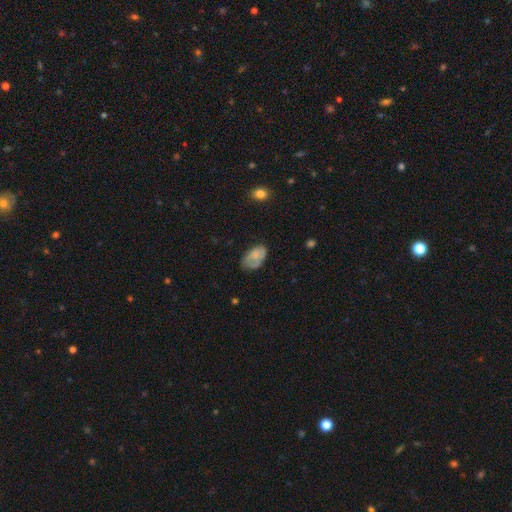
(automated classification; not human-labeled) This is likely a smooth galaxy (63%). How rounded: clearly in between (91%). Merging: possibly none (56%).